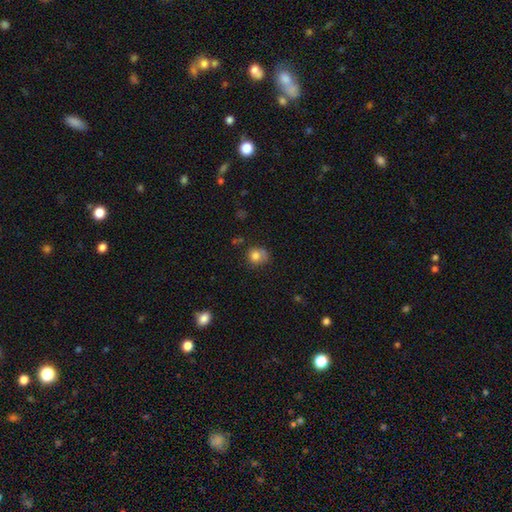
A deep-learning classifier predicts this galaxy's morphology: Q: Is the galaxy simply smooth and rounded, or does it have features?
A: smooth — 79%.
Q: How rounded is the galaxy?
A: round — 75%.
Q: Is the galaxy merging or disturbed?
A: none — 53%.